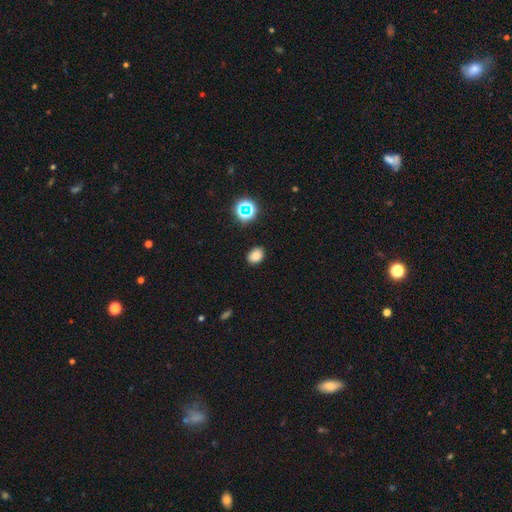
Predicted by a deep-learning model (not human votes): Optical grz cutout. It shows a smooth galaxy with no disk features (80%) that is in between round and cigar-shaped (65%). Merging: none (87%).